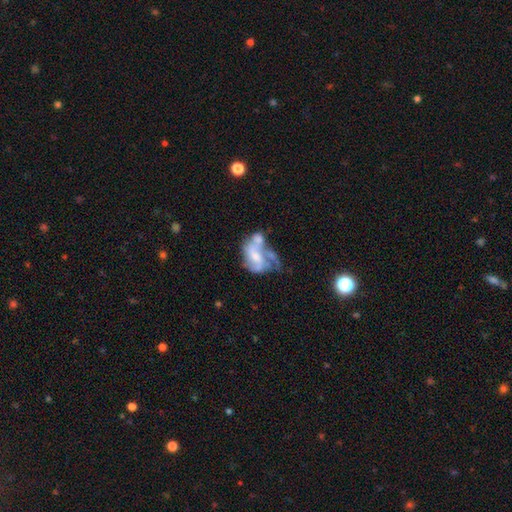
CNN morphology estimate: This appears to be a featured or disk galaxy (64%) with no bar (62%), spiral arms (50%, tied with no) and a moderate central bulge (38%). Merging: merger (35%).